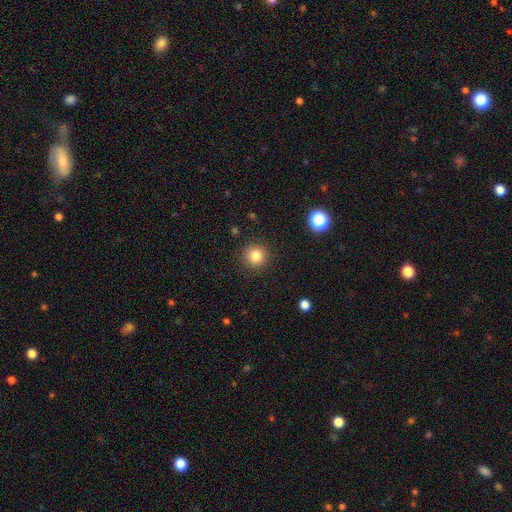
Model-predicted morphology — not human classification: This is clearly a smooth galaxy (82%). How rounded: clearly round (94%). Merging: clearly none (90%).